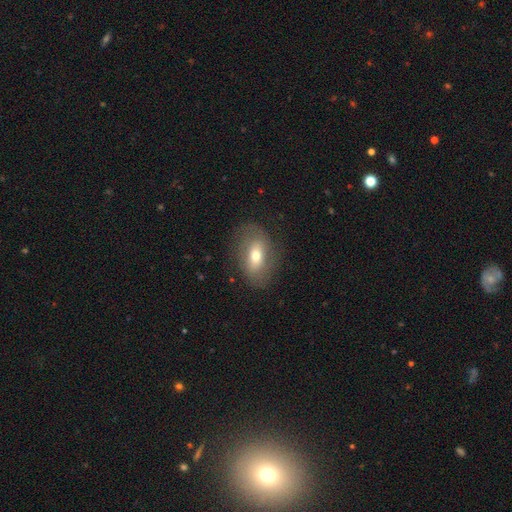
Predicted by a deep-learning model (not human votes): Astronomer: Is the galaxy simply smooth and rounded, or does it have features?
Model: smooth — 56% (runner-up: featured or disk, 36%).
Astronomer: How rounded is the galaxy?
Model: in between — 81%.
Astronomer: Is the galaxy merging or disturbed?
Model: none — 76%.